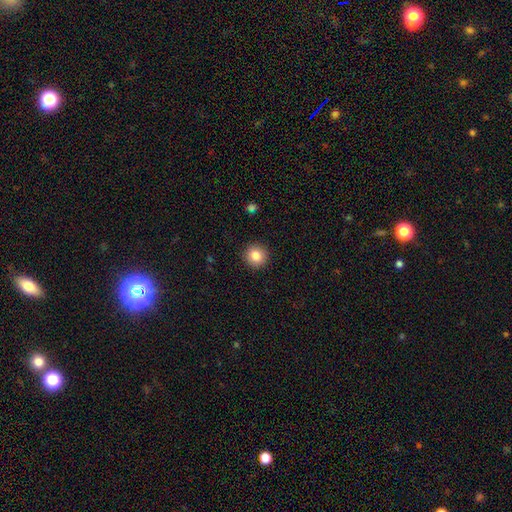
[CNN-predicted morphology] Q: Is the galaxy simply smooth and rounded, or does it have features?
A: smooth — 84%.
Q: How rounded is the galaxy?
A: round — 93%.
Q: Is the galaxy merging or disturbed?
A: none — 92%.